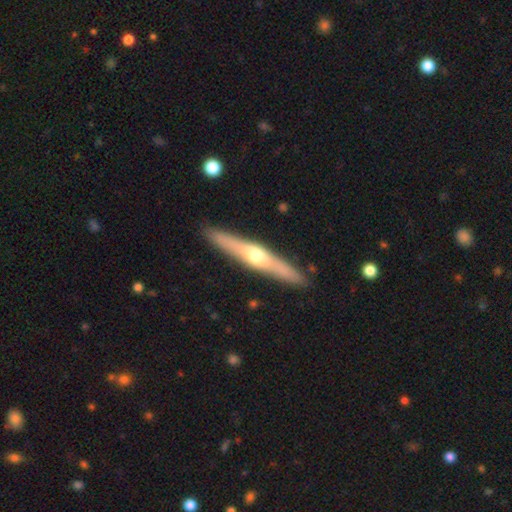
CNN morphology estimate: A featured or disk galaxy (64%) viewed edge-on (95%) with a rounded central bulge (89%). Merging: none (90%).